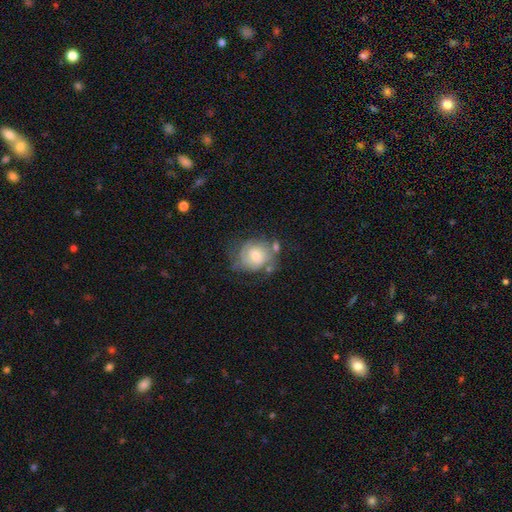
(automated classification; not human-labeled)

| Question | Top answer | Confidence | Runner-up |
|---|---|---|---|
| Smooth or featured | featured or disk | 65% | smooth (27%) |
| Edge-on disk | no | 97% | yes (3%) |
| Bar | no | 76% | weak (21%) |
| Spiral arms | yes | 85% | no (15%) |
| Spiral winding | tight | 61% | medium (29%) |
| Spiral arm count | can't tell | 36% | 2 (34%) |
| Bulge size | moderate | 47% | small (46%) |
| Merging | none | 52% | minor disturbance (24%) |